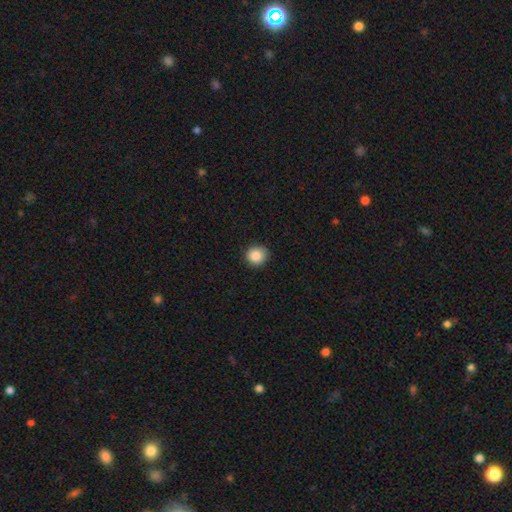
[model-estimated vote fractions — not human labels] Smooth or featured?
  - smooth: 87% *
  - star or artifact: 9%
  - featured or disk: 4%
How rounded?
  - round: 89% *
  - in between: 10%
  - cigar-shaped: 1%
Merging?
  - none: 88% *
  - minor disturbance: 9%
  - major disturbance: 2%
  - merger: 1%